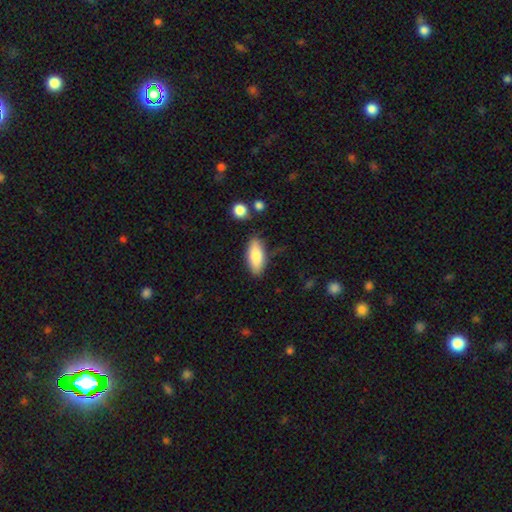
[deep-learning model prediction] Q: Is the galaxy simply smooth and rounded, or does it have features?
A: smooth — 80%.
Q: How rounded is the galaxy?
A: in between — 78%.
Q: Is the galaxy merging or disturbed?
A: none — 80%.